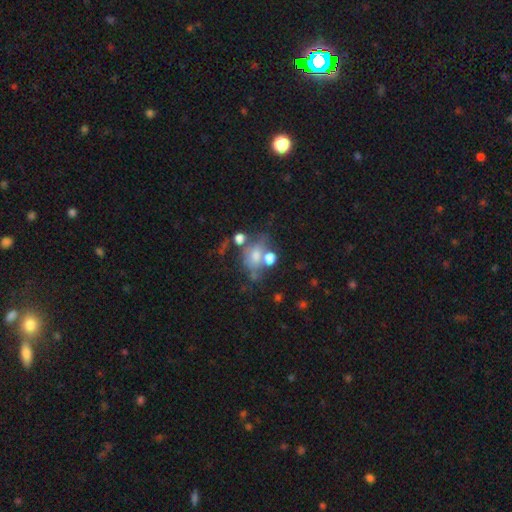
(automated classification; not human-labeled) Smooth or featured? smooth (52%)
How rounded? in between (50%)
Merging? none (39%)